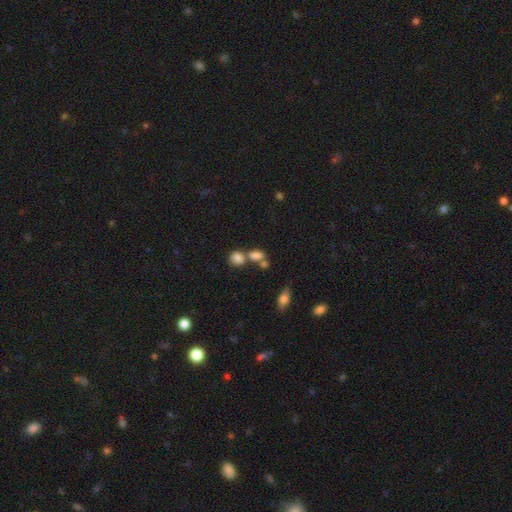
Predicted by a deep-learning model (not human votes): smooth_or_featured: smooth (p=0.78) [alt: star or artifact p=0.12]
how_rounded: in between (p=0.71) [alt: round p=0.25]
merging: merger (p=0.47) [alt: none p=0.36]